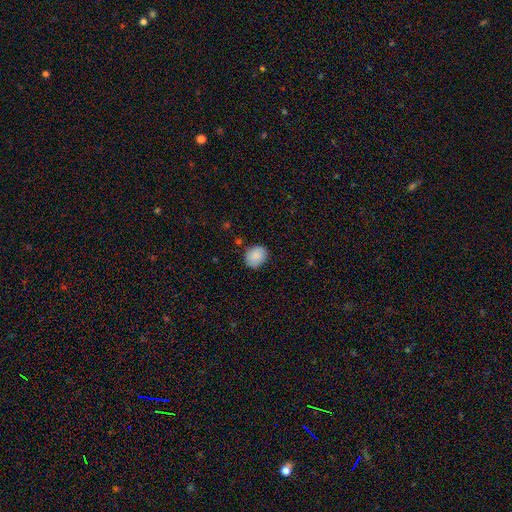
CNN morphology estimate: Smooth or featured: smooth — 87% (star or artifact — 7%)
How rounded: round — 58% (in between — 41%)
Merging: none — 81% (minor disturbance — 14%)